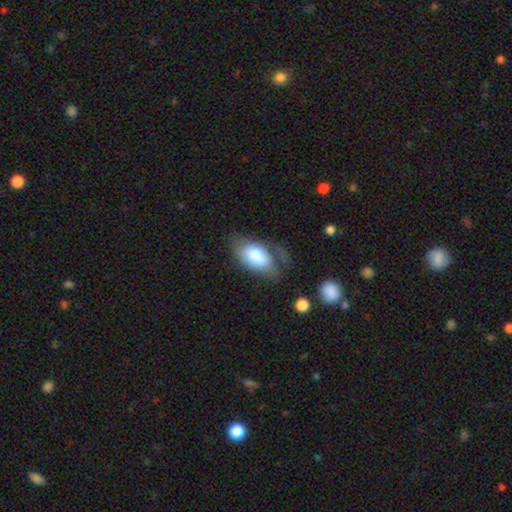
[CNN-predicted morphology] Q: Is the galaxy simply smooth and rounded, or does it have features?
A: smooth — 71%.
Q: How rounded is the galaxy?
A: in between — 93%.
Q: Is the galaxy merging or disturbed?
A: none — 36%.